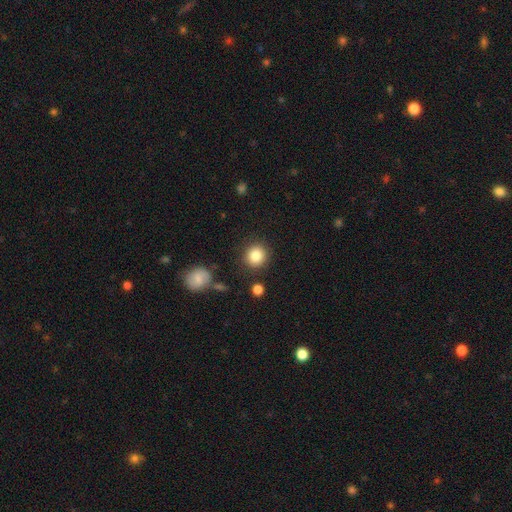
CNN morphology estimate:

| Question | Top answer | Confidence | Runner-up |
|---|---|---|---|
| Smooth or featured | smooth | 85% | star or artifact (9%) |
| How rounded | round | 90% | in between (9%) |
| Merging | none | 86% | minor disturbance (8%) |